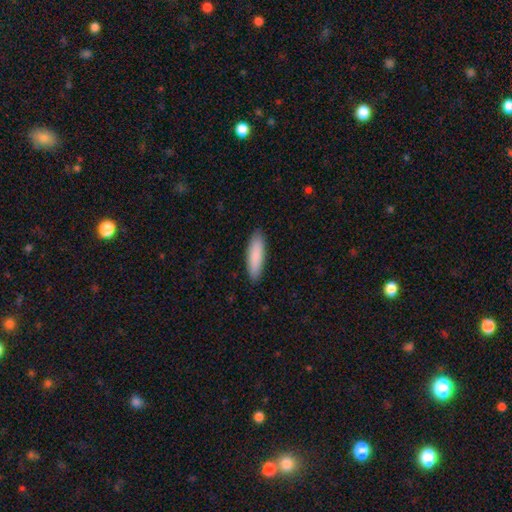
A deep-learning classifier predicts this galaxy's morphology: This appears to be a smooth galaxy with no disk features (87%) that is cigar-shaped (62%). Merging: none (89%).